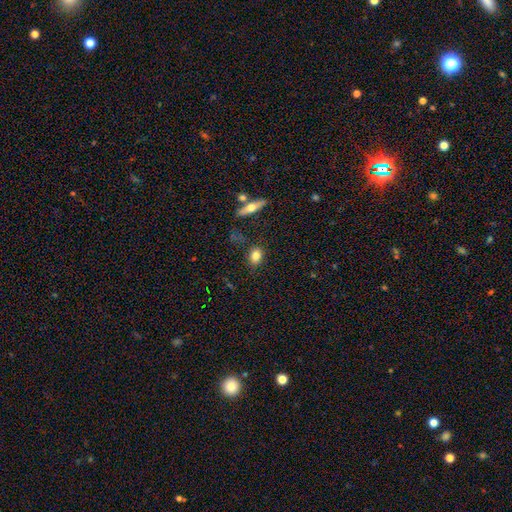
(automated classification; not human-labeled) smooth_or_featured: smooth (p=0.78) [alt: featured or disk p=0.14]
how_rounded: in between (p=0.59) [alt: round p=0.37]
merging: none (p=0.80) [alt: minor disturbance p=0.12]